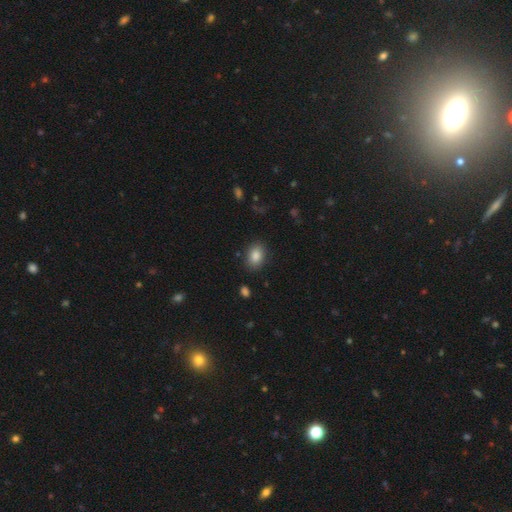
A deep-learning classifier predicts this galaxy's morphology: Smooth or featured?
  - smooth: 86% *
  - star or artifact: 8%
  - featured or disk: 6%
How rounded?
  - in between: 78% *
  - round: 21%
  - cigar-shaped: 1%
Merging?
  - none: 86% *
  - minor disturbance: 10%
  - major disturbance: 3%
  - merger: 1%